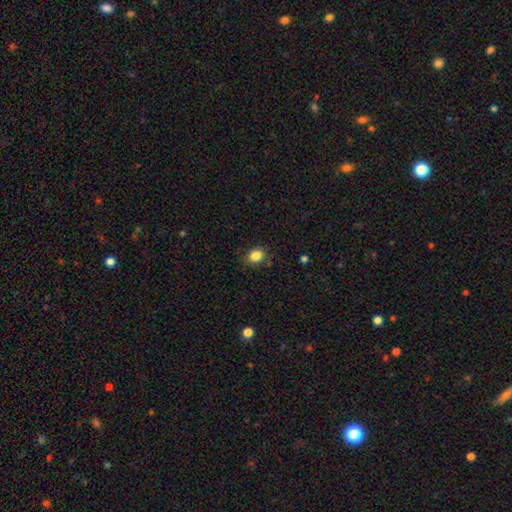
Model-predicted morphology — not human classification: The model was most divided on "how rounded": round: 51%, in between: 48%, cigar-shaped: 1%. More confident: smooth or featured — smooth (85%); merging — none (81%).